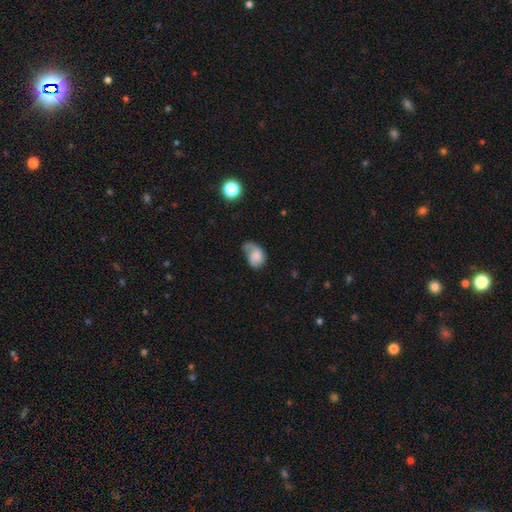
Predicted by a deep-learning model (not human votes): Smooth or featured: smooth — 58% (featured or disk — 34%)
How rounded: in between — 70% (round — 29%)
Merging: major disturbance — 38% (minor disturbance — 29%)